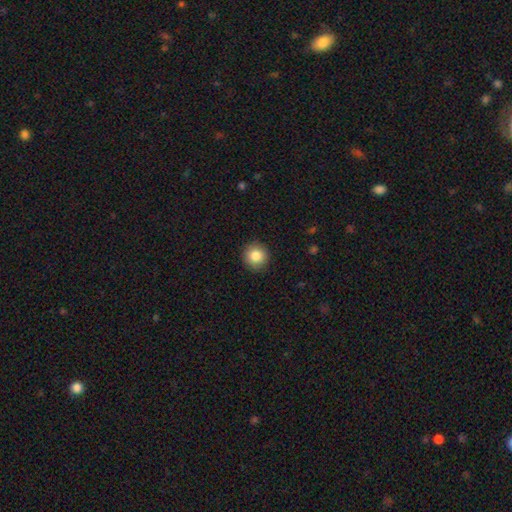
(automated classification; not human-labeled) This appears to be a smooth galaxy with no disk features (84%) that is round (92%). Merging: none (91%).